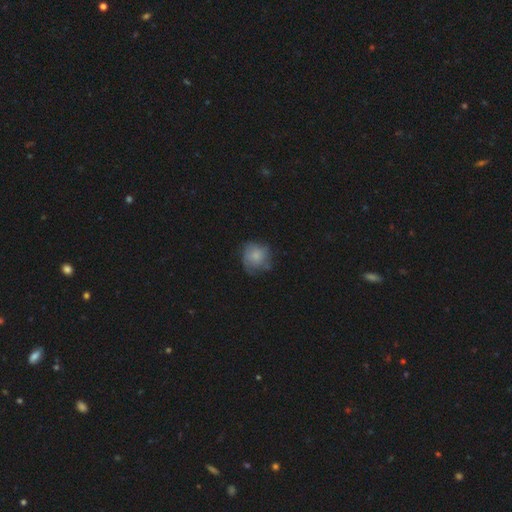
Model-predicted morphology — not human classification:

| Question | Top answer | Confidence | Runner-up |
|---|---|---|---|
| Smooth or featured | smooth | 66% | featured or disk (25%) |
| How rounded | round | 81% | in between (18%) |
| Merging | none | 57% | minor disturbance (28%) |